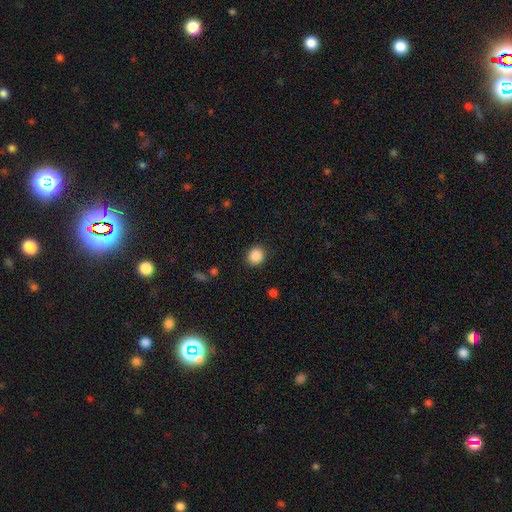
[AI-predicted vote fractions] The model was most divided on "how rounded": round: 81%, in between: 18%, cigar-shaped: 1%. More confident: merging — none (88%); smooth or featured — smooth (88%).